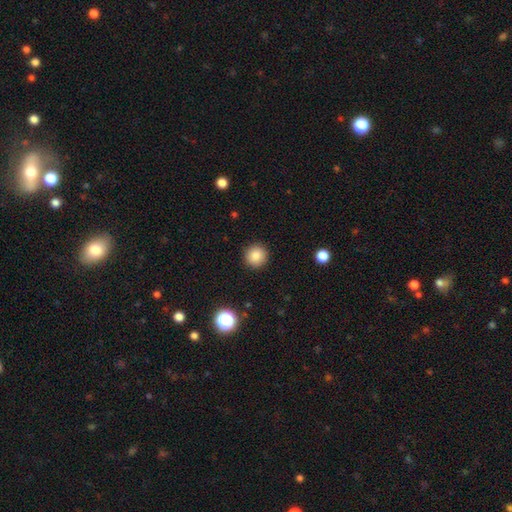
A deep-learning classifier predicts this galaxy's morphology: Smooth or featured: smooth — 84% (star or artifact — 11%)
How rounded: round — 95% (in between — 5%)
Merging: none — 92% (minor disturbance — 5%)